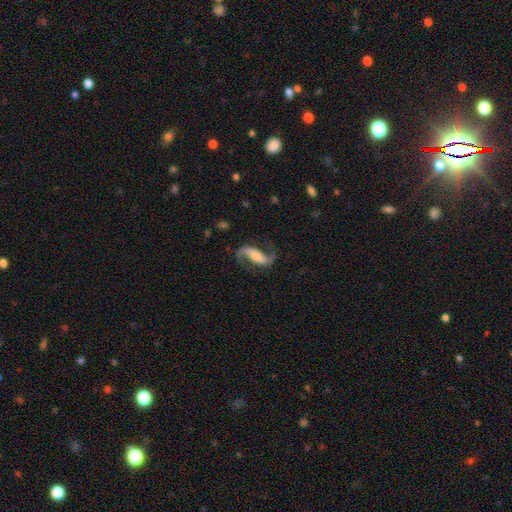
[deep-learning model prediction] A featured or disk galaxy (88%) with a strong bar (44%), 2 (92%) loose (62%) spiral arms (97%) and a moderate central bulge (46%). Merging: none (78%).